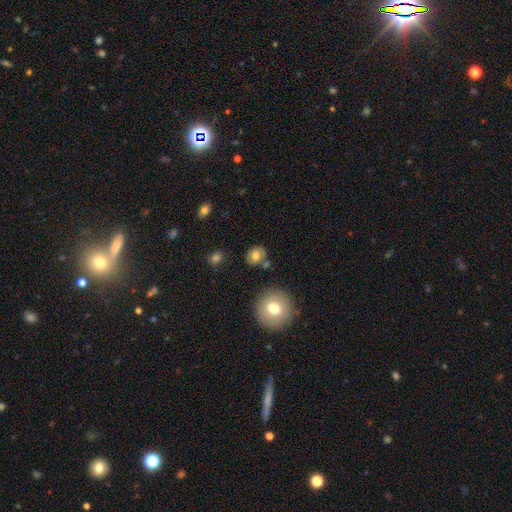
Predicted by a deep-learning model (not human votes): Smooth or featured? Predicted: smooth (p=0.76). How rounded? Predicted: round (p=0.71). Merging? Predicted: none (p=0.78).